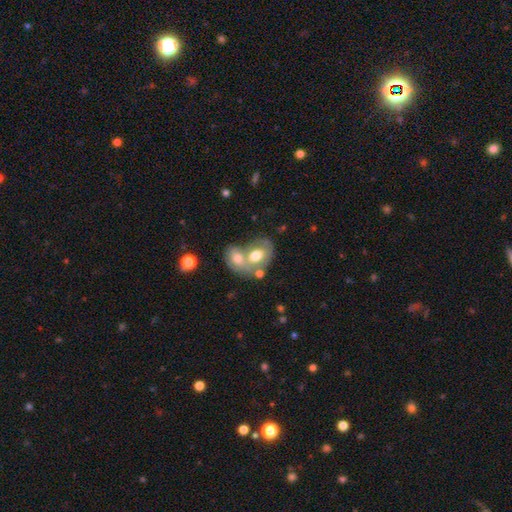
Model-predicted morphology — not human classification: smooth 60%, featured or disk 33%, star or artifact 8%. Down the decision tree: how rounded — in between (75%); merging — merger (64%).